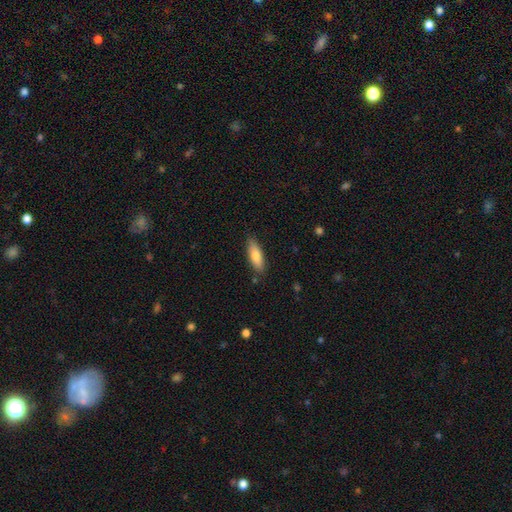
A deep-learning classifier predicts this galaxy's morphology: A smooth galaxy with no disk features (79%) that is in between round and cigar-shaped (58%).

Vote fractions:
- Smooth or featured? smooth: 79% / featured or disk: 15% / star or artifact: 6%
- How rounded? in between: 58% / cigar-shaped: 40% / round: 2%
- Merging? none: 85% / minor disturbance: 11% / major disturbance: 2% / merger: 2%